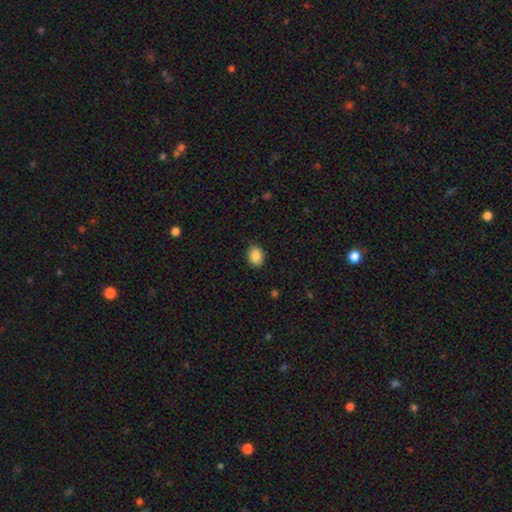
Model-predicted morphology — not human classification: smooth 88%, star or artifact 8%, featured or disk 4%. Down the decision tree: how rounded — in between (54%); merging — none (86%).